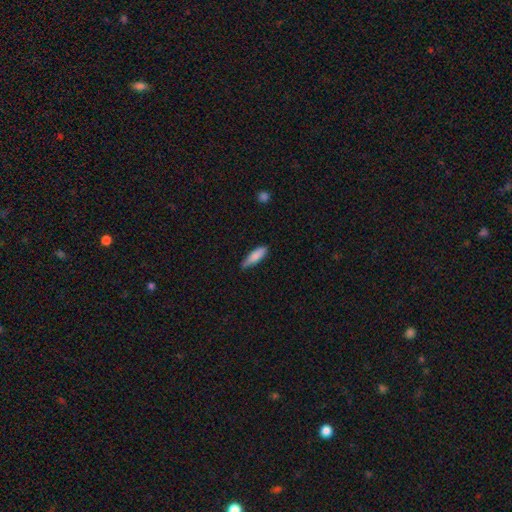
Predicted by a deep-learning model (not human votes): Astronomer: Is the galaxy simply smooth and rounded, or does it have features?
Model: smooth — 83%.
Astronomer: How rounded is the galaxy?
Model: cigar-shaped — 59% (runner-up: in between, 39%).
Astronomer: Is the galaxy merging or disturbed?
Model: none — 70%.